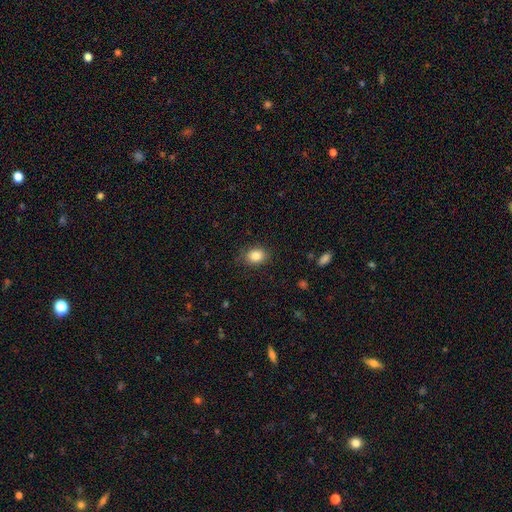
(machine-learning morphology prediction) This appears to be a smooth galaxy with no disk features (85%) that is in between round and cigar-shaped (55%). Merging: none (83%).